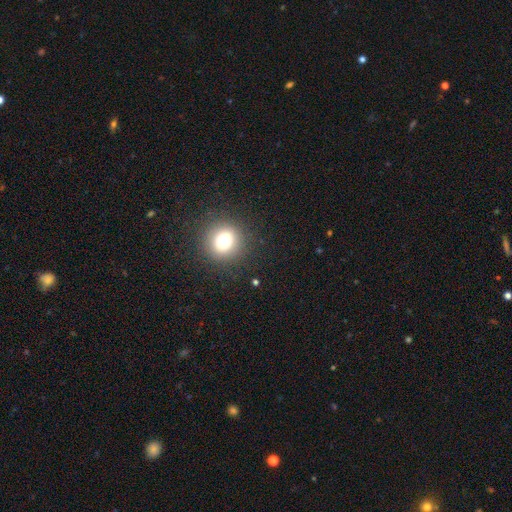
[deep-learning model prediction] A smooth galaxy with no disk features (62%) that is round (95%). Merging: none (93%).